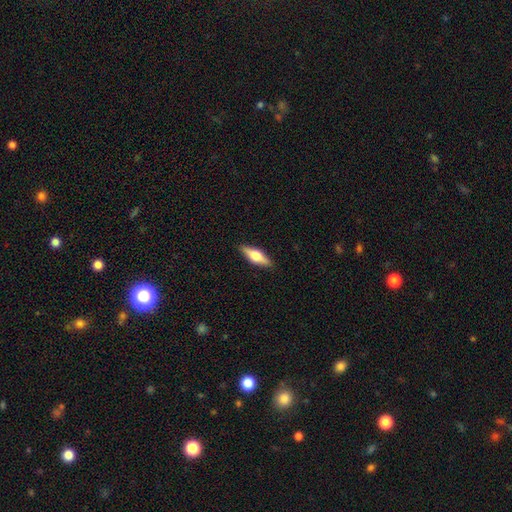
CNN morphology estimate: type=featured or disk (50%); edge-on=yes (94%); merging=none (89%).